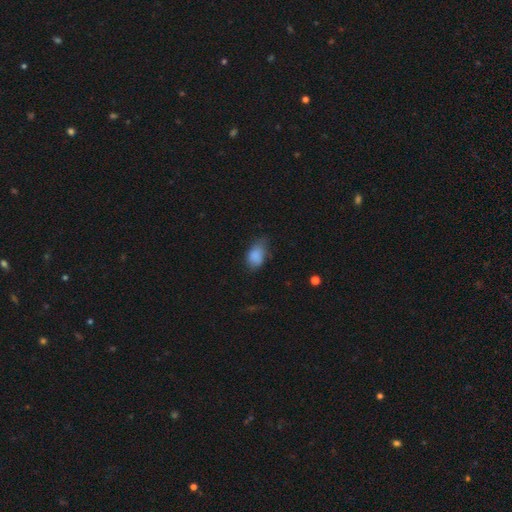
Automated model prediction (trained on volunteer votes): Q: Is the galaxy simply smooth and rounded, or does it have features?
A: smooth — 85%.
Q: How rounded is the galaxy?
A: in between — 83%.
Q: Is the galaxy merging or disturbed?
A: none — 45%.